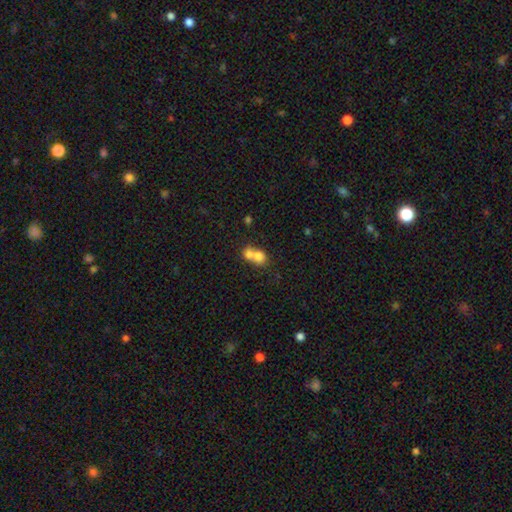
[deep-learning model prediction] smooth 75%, featured or disk 15%, star or artifact 10%. Down the decision tree: how rounded — round (67%); merging — merger (71%).